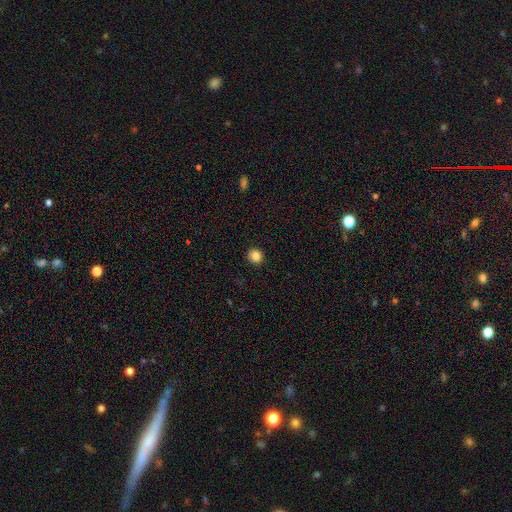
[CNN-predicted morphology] Smooth or featured?
  - smooth: 85% *
  - star or artifact: 11%
  - featured or disk: 4%
How rounded?
  - round: 92% *
  - in between: 7%
  - cigar-shaped: 1%
Merging?
  - none: 93% *
  - minor disturbance: 5%
  - major disturbance: 2%
  - merger: 1%